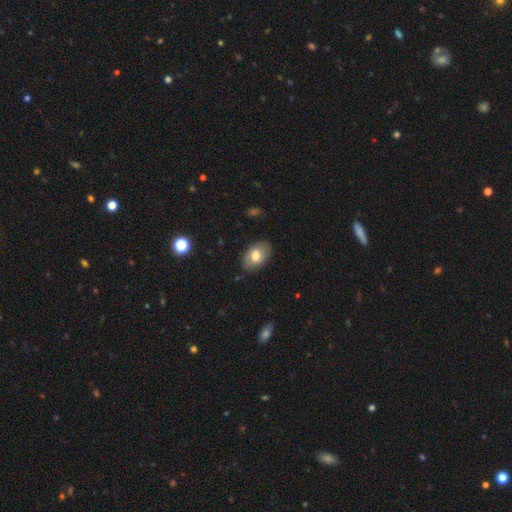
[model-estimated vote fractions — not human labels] A smooth galaxy with no disk features (70%) that is in between round and cigar-shaped (85%). Merging: none (80%).